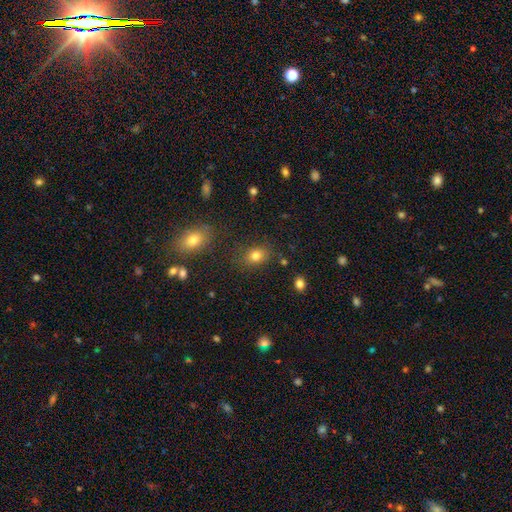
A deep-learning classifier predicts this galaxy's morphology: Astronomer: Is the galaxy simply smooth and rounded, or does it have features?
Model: smooth — 80%.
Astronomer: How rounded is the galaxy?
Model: in between — 62%.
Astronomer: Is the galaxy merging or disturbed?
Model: none — 80%.